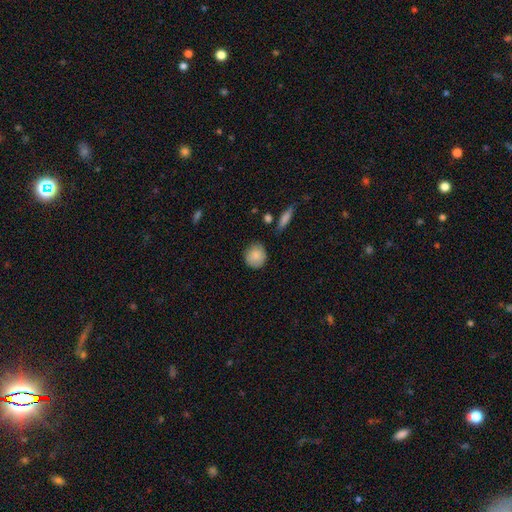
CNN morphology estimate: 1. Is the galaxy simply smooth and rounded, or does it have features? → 85% smooth, 8% featured or disk, 7% star or artifact.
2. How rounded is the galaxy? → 84% round, 15% in between, 1% cigar-shaped.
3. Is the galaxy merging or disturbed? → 78% none, 17% minor disturbance, 3% major disturbance, 2% merger.